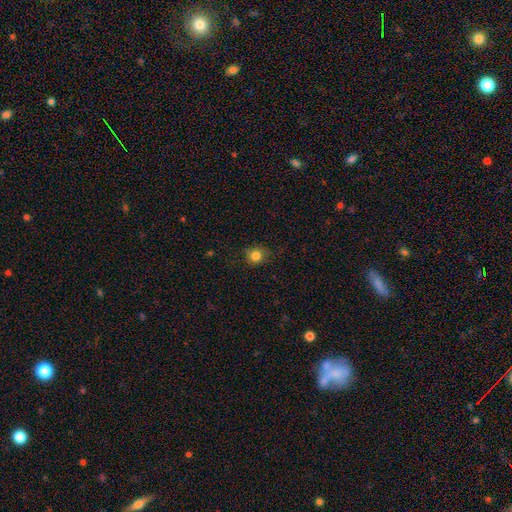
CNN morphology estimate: smooth-or-featured: smooth: 82% | star or artifact: 12% | featured or disk: 6%
  how-rounded: round: 88% | in between: 11% | cigar-shaped: 1%
  merging: none: 82% | minor disturbance: 14% | major disturbance: 3% | merger: 1%